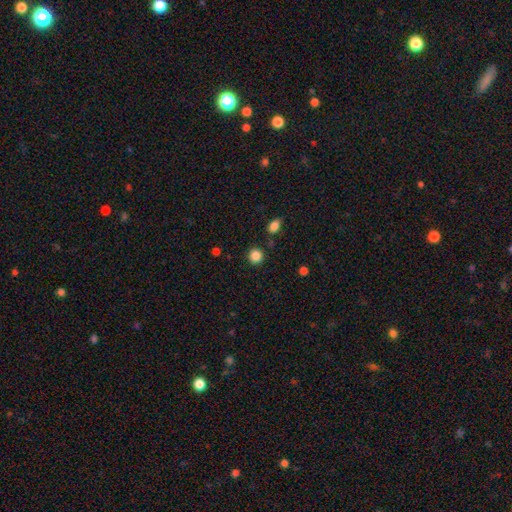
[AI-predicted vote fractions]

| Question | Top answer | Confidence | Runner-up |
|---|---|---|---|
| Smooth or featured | smooth | 86% | star or artifact (11%) |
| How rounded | round | 91% | in between (8%) |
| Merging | none | 88% | minor disturbance (6%) |